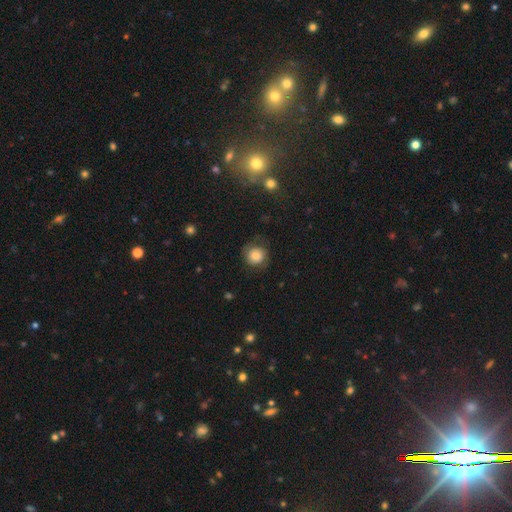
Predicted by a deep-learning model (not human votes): This appears to be a smooth galaxy with no disk features (77%) that is round (88%). Merging: none (70%).